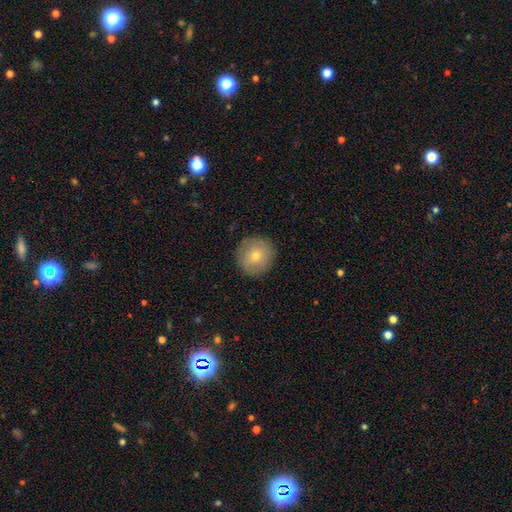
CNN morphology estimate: Smooth or featured: smooth — 66% (featured or disk — 24%)
How rounded: round — 94% (in between — 5%)
Merging: none — 89% (minor disturbance — 8%)